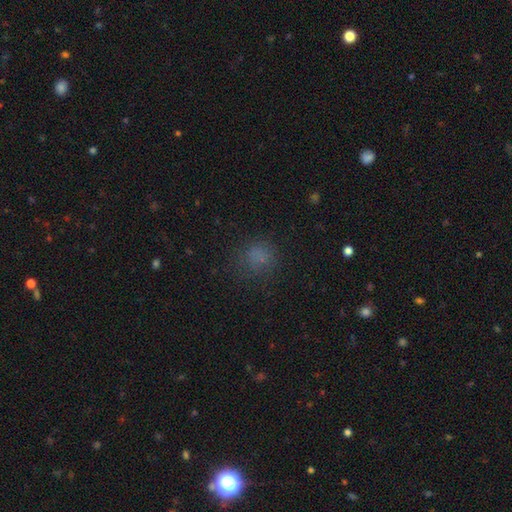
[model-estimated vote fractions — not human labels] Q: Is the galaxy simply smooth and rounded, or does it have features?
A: smooth — 73%.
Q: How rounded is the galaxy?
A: round — 79%.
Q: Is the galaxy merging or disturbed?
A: none — 76%.